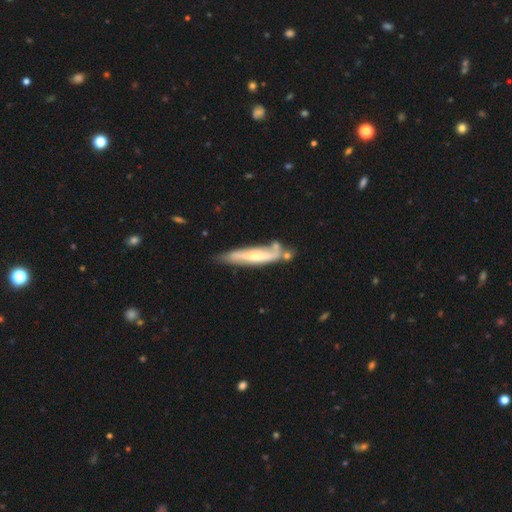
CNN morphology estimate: This appears to be a featured or disk galaxy (60%) viewed edge-on (60%). Merging: none (45%).